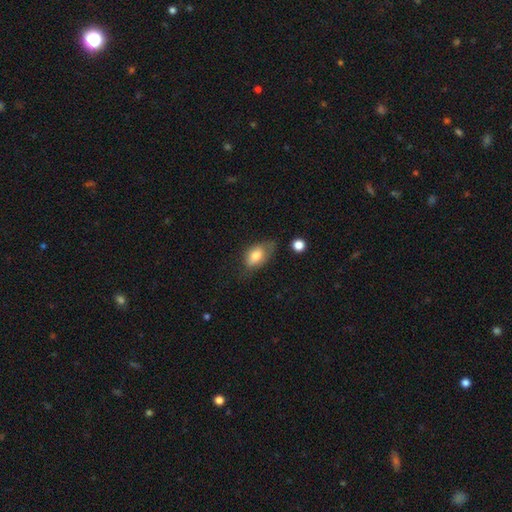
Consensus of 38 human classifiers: Q: Smooth or featured?
A: smooth (76%); runner-up: featured or disk (18%)
Q: How rounded?
A: in between (90%); runner-up: round (10%)
Q: Merging?
A: none (47%); runner-up: major disturbance (28%)